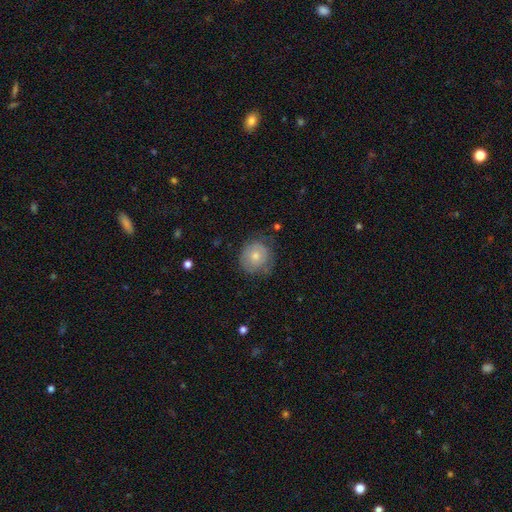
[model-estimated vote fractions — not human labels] Overall: smooth (62%; featured or disk 31%). How rounded: round (86%). Merging: none (65%; minor disturbance 25%).